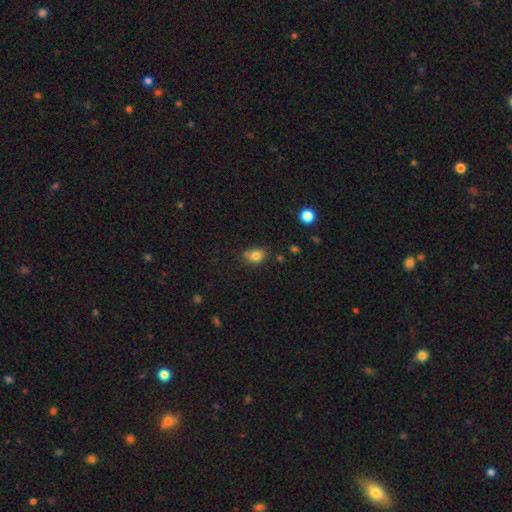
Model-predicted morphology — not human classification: type=smooth (80%); roundness=in between (53%); merging=none (63%).